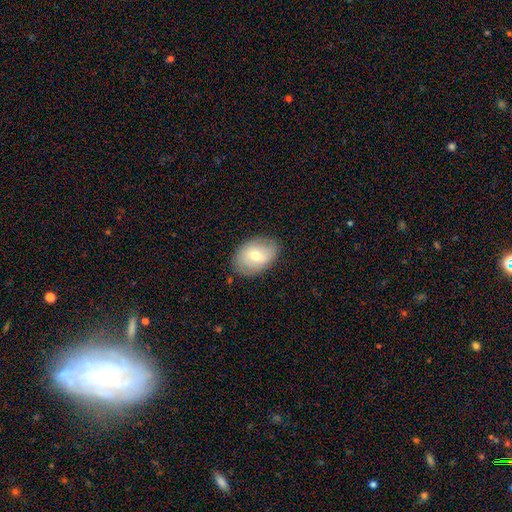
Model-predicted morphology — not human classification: This appears to be a smooth galaxy with no disk features (59%) that is in between round and cigar-shaped (80%). Merging: none (80%).